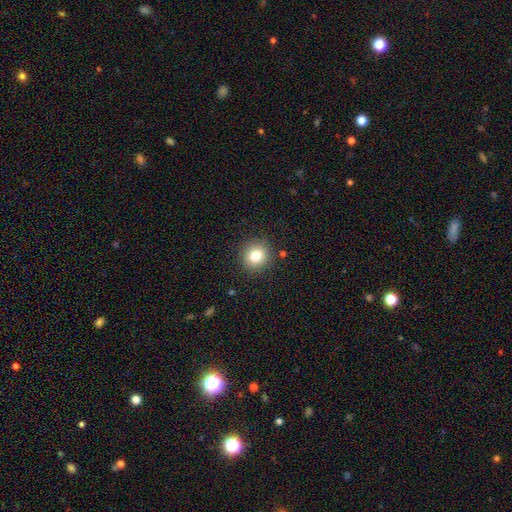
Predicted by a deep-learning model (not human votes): Smooth or featured? Predicted: smooth (p=0.81). How rounded? Predicted: round (p=0.91). Merging? Predicted: none (p=0.89).